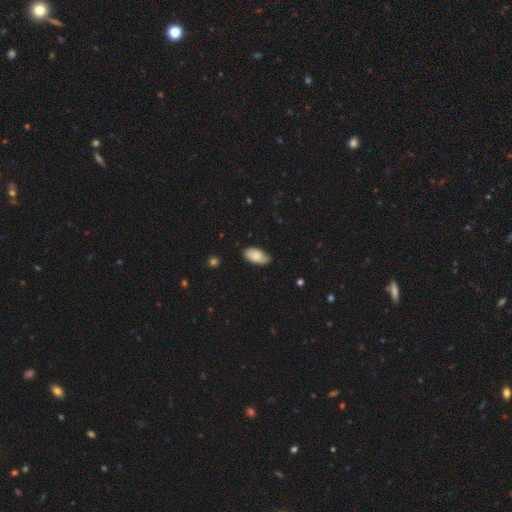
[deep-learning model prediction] Smooth or featured?
  - smooth: 76% *
  - featured or disk: 17%
  - star or artifact: 7%
How rounded?
  - in between: 94% *
  - cigar-shaped: 3%
  - round: 3%
Merging?
  - none: 66% *
  - minor disturbance: 28%
  - major disturbance: 4%
  - merger: 1%